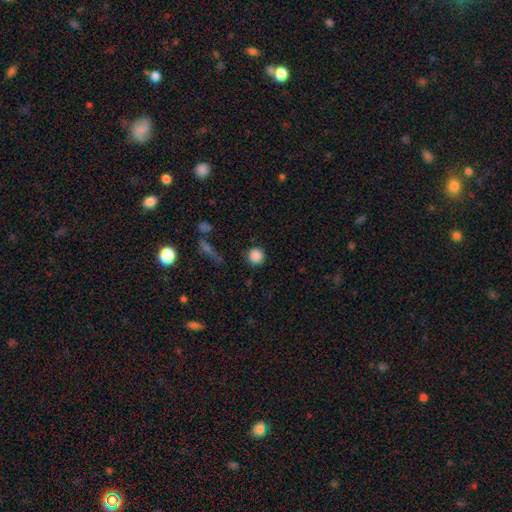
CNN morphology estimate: Smooth or featured? Predicted: smooth (p=0.86). How rounded? Predicted: round (p=0.95). Merging? Predicted: none (p=0.88).